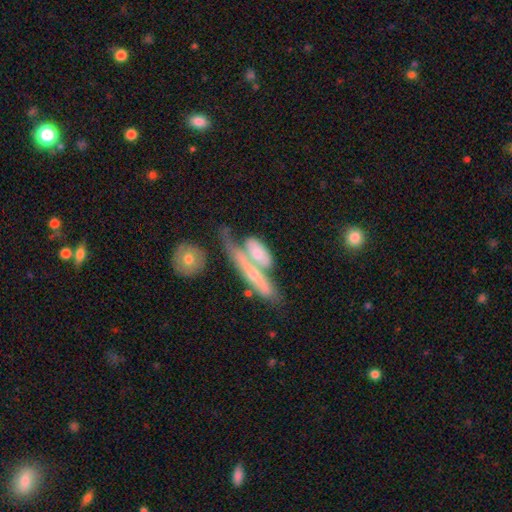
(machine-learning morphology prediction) This is possibly a featured or disk galaxy (53%). It is possibly not viewed edge-on (51%). Merging: possibly merger (51%).